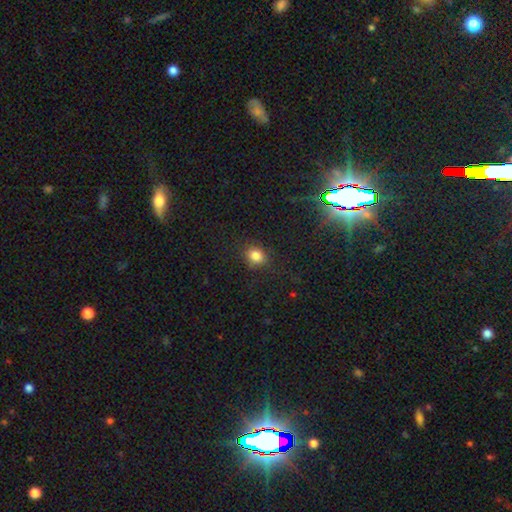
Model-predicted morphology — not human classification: Smooth or featured: smooth — 82% (star or artifact — 13%)
How rounded: round — 68% (in between — 31%)
Merging: none — 83% (minor disturbance — 11%)